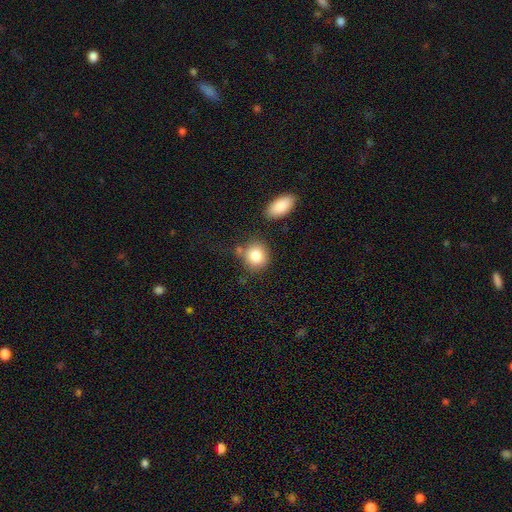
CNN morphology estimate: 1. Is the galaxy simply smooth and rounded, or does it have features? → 85% smooth, 8% star or artifact, 7% featured or disk.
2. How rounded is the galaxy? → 78% round, 21% in between, 1% cigar-shaped.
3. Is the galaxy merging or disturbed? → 69% none, 14% minor disturbance, 13% merger, 5% major disturbance.